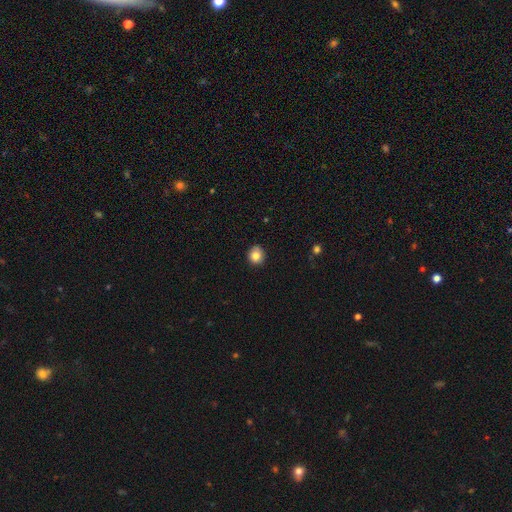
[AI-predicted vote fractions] This appears to be a smooth galaxy with no disk features (83%) that is round (88%). Merging: none (86%).